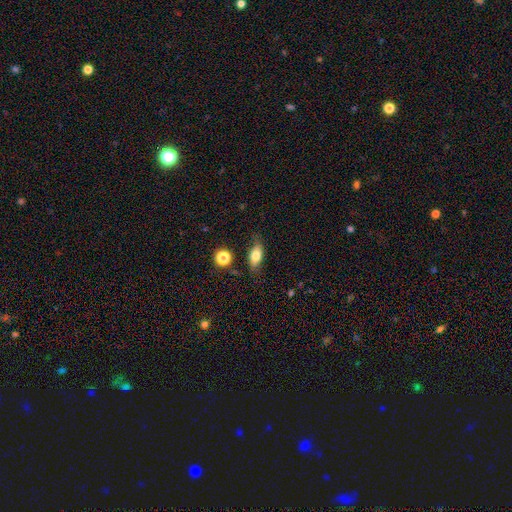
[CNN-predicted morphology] smooth_or_featured: smooth (p=0.72) [alt: featured or disk p=0.20]
how_rounded: in between (p=0.80) [alt: cigar-shaped p=0.12]
merging: none (p=0.75) [alt: minor disturbance p=0.18]